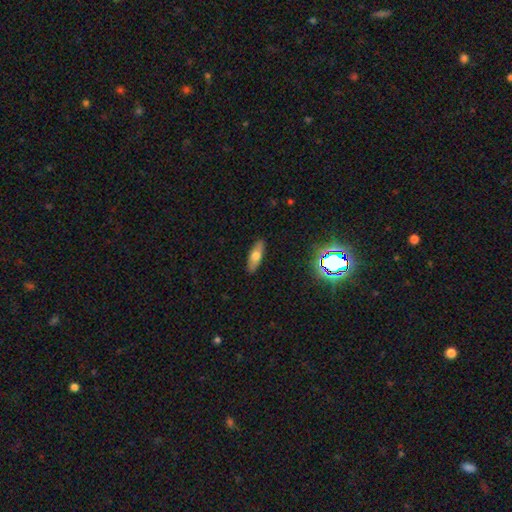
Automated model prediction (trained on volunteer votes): Smooth or featured? Predicted: smooth (p=0.64). How rounded? Predicted: in between (p=0.60). Merging? Predicted: none (p=0.89).